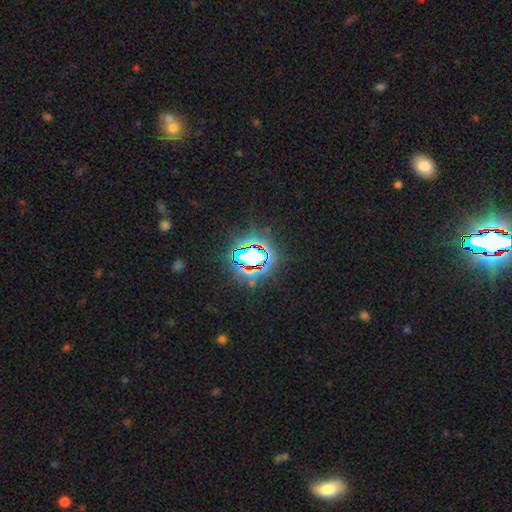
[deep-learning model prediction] star or artifact 74%, smooth 15%, featured or disk 11%.